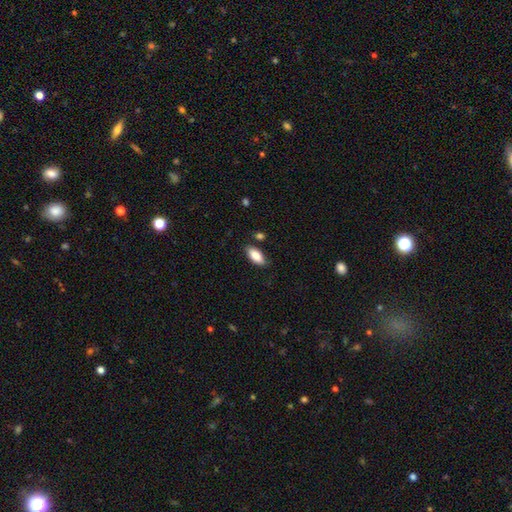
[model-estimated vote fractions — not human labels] The model was most divided on "merging": none: 80%, minor disturbance: 14%, merger: 3%, major disturbance: 3%. More confident: how rounded — in between (87%); smooth or featured — smooth (85%).